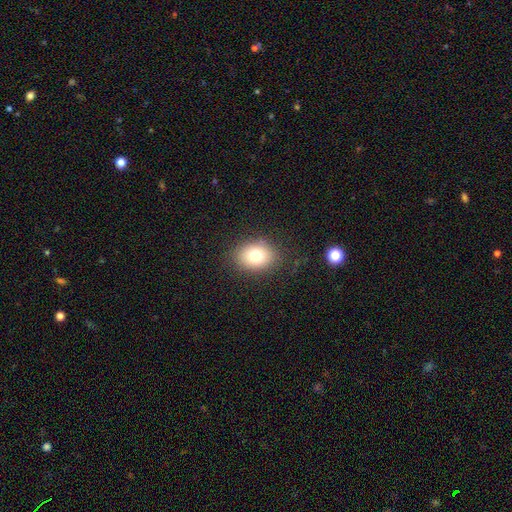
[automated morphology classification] The model was most divided on "how rounded": in between: 63%, round: 36%, cigar-shaped: 1%. More confident: merging — none (84%); smooth or featured — smooth (76%).